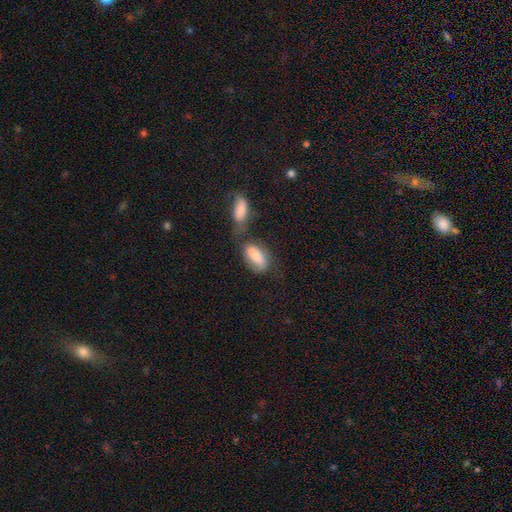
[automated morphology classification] The model was most divided on "merging": merger: 43%, none: 31%, minor disturbance: 16%, major disturbance: 10%. More confident: how rounded — in between (86%); smooth or featured — smooth (76%).